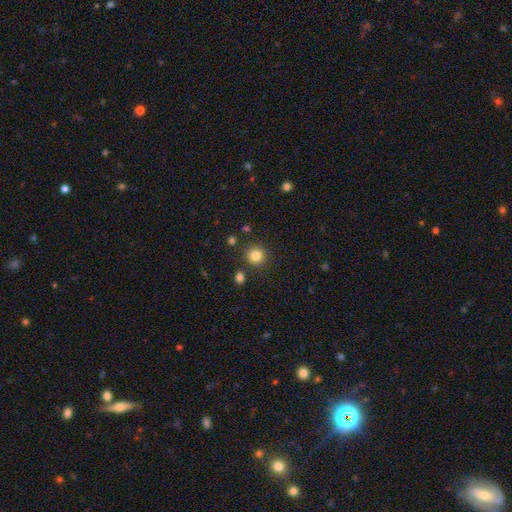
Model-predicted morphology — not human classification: smooth 84%, star or artifact 11%, featured or disk 5%. Down the decision tree: how rounded — round (90%); merging — none (85%).